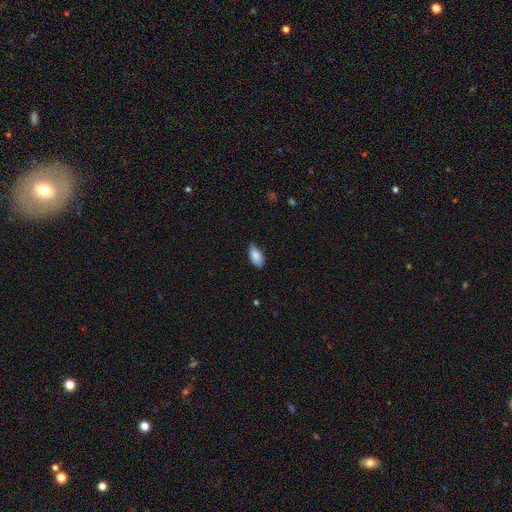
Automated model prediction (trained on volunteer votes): This is clearly a smooth galaxy (86%). How rounded: clearly in between (91%). Merging: clearly none (81%).